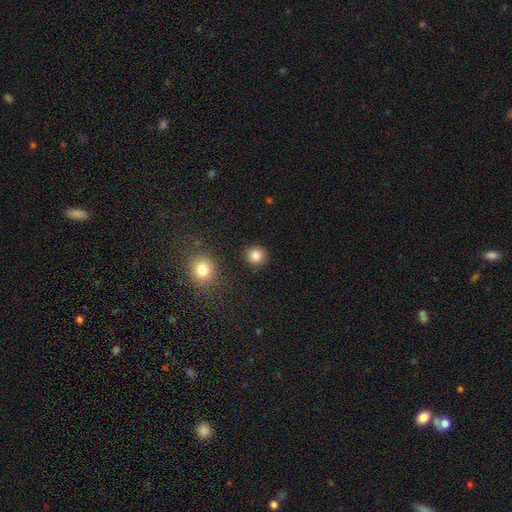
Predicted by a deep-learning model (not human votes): Q: Smooth or featured?
A: smooth (84%); runner-up: star or artifact (11%)
Q: How rounded?
A: round (90%); runner-up: in between (9%)
Q: Merging?
A: none (90%); runner-up: minor disturbance (6%)